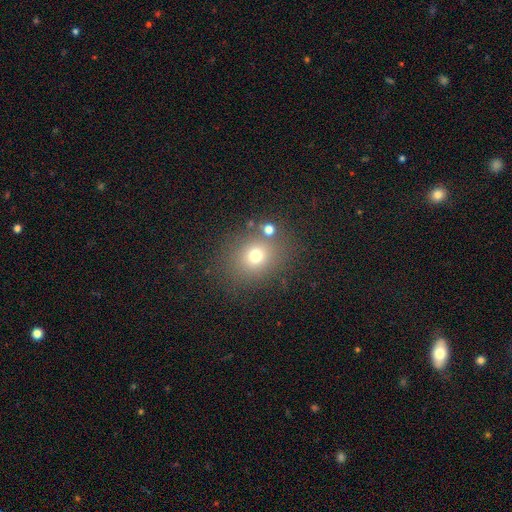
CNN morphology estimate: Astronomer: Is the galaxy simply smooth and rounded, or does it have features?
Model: smooth — 70%.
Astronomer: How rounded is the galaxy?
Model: round — 69%.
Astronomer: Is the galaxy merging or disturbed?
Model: none — 76%.